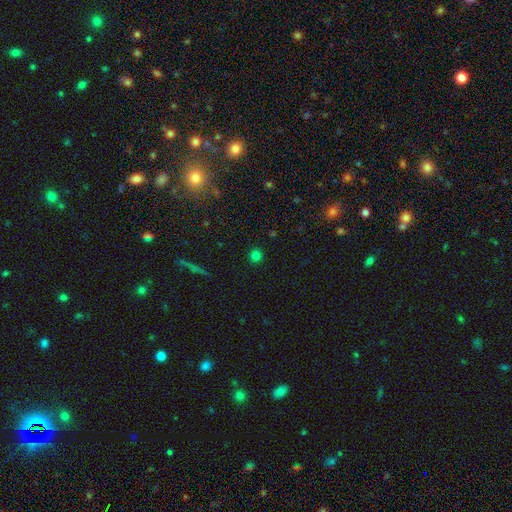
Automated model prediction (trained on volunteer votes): Smooth or featured: smooth — 79% (star or artifact — 16%)
How rounded: round — 94% (in between — 5%)
Merging: none — 92% (minor disturbance — 5%)